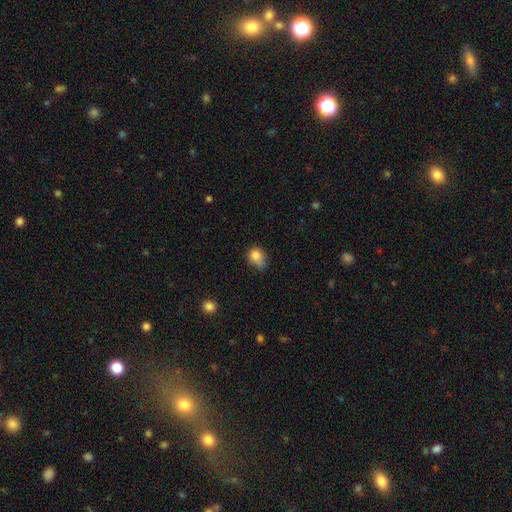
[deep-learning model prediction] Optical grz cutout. It shows a smooth galaxy with no disk features (82%) that is round (52%). Merging: minor disturbance (41%, tied with none).